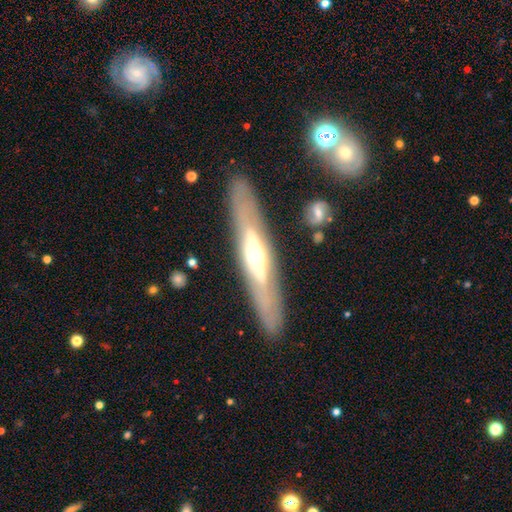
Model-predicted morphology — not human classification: smooth-or-featured: featured or disk: 69% | smooth: 25% | star or artifact: 6%
  disk-edge-on: yes: 71% | no: 29%
  merging: none: 84% | minor disturbance: 10% | major disturbance: 3% | merger: 2%